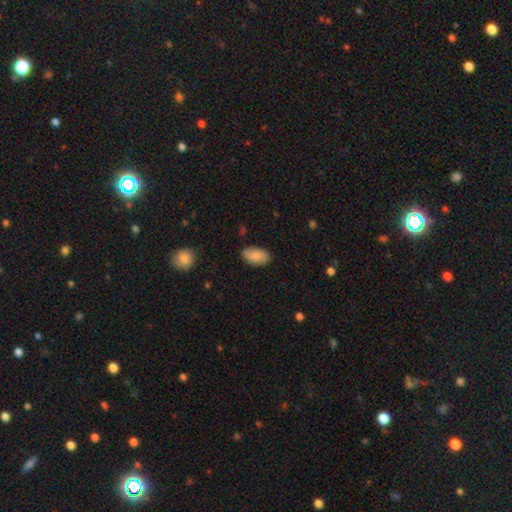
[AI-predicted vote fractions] A smooth galaxy with no disk features (80%) that is in between round and cigar-shaped (94%).

Vote fractions:
- Smooth or featured? smooth: 80% / featured or disk: 14% / star or artifact: 6%
- How rounded? in between: 94% / round: 4% / cigar-shaped: 2%
- Merging? none: 83% / minor disturbance: 13% / major disturbance: 2% / merger: 1%